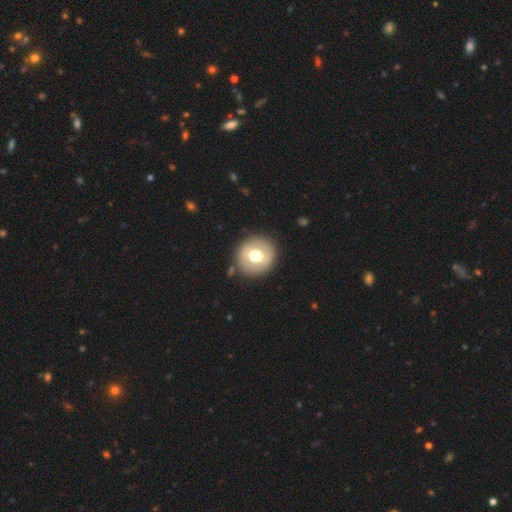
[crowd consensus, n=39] smooth-or-featured: smooth: 74% | featured or disk: 21% | star or artifact: 5%
  how-rounded: round: 97% | in between: 3% | cigar-shaped: 0%
  merging: none: 84% | minor disturbance: 11% | major disturbance: 3% | merger: 3%